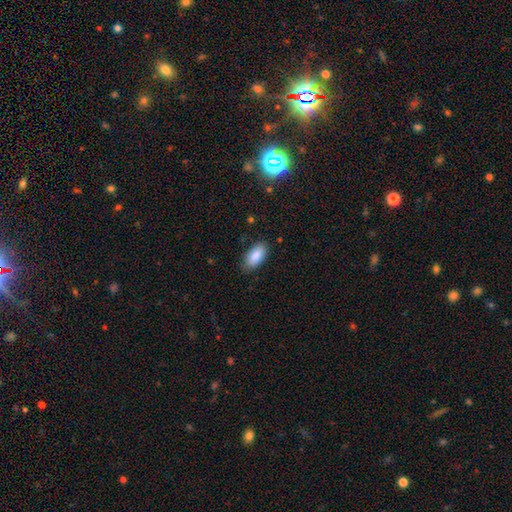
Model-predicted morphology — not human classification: smooth 87%, star or artifact 7%, featured or disk 6%. Down the decision tree: how rounded — in between (93%); merging — none (83%).